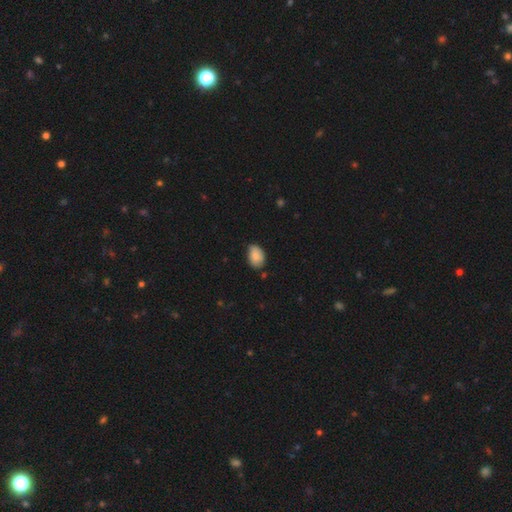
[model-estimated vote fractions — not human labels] smooth-or-featured: smooth: 84% | featured or disk: 9% | star or artifact: 7%
  how-rounded: in between: 83% | round: 16% | cigar-shaped: 1%
  merging: none: 62% | minor disturbance: 32% | major disturbance: 4% | merger: 2%